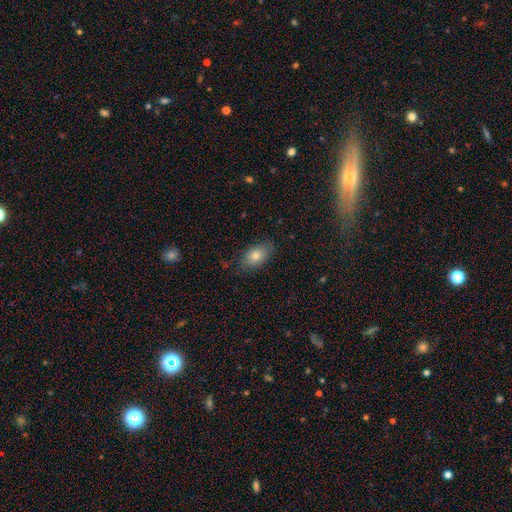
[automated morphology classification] Overall: smooth (76%). How rounded: in between (86%). Merging: none (79%).